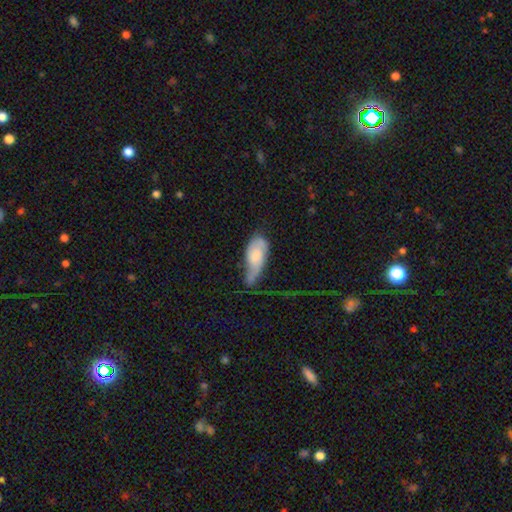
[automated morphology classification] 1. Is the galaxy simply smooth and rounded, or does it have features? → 59% smooth, 34% featured or disk, 7% star or artifact.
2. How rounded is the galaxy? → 86% in between, 11% cigar-shaped, 3% round.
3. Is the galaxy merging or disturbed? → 39% minor disturbance, 28% major disturbance, 27% none, 6% merger.